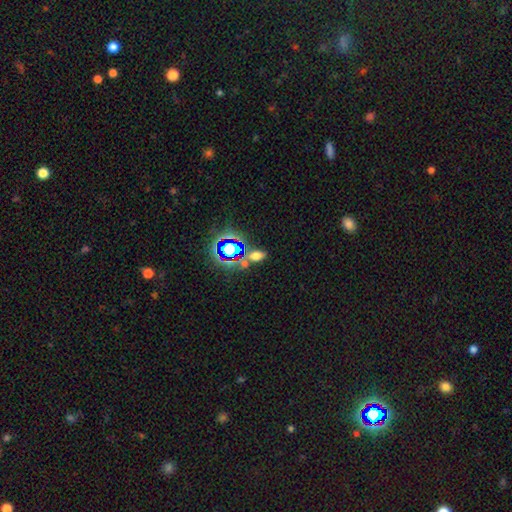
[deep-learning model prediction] Smooth or featured? smooth (57%)
How rounded? in between (82%)
Merging? none (71%)